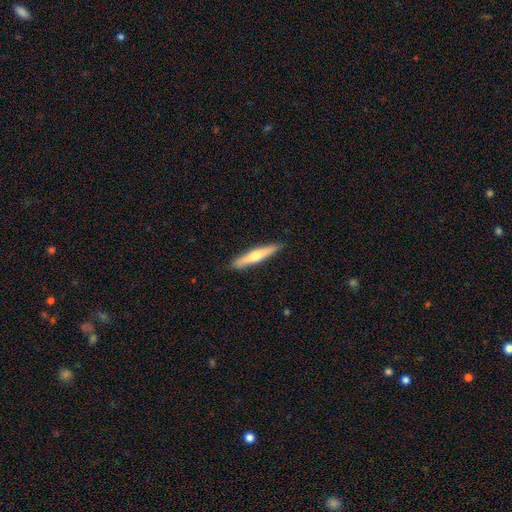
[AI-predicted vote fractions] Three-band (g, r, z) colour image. It shows a smooth galaxy with no disk features (51%) that is cigar-shaped (92%). Merging: none (90%).